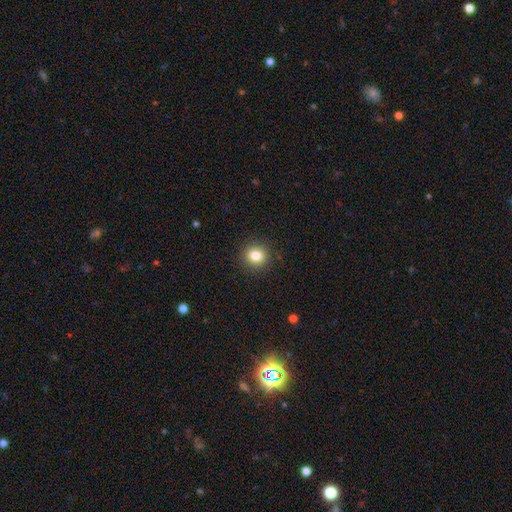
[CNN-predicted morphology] smooth-or-featured: smooth: 83% | star or artifact: 11% | featured or disk: 6%
  how-rounded: round: 84% | in between: 15% | cigar-shaped: 1%
  merging: none: 90% | minor disturbance: 6% | major disturbance: 2% | merger: 1%